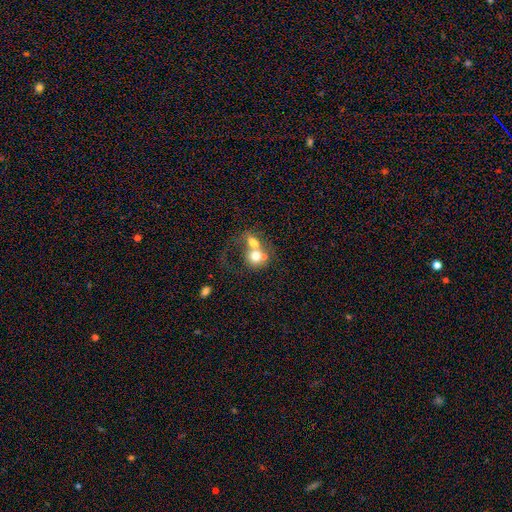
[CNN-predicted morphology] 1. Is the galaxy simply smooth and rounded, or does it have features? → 63% smooth, 27% featured or disk, 10% star or artifact.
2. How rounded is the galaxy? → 65% round, 34% in between, 1% cigar-shaped.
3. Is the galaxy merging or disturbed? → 68% merger, 16% none, 10% major disturbance, 6% minor disturbance.